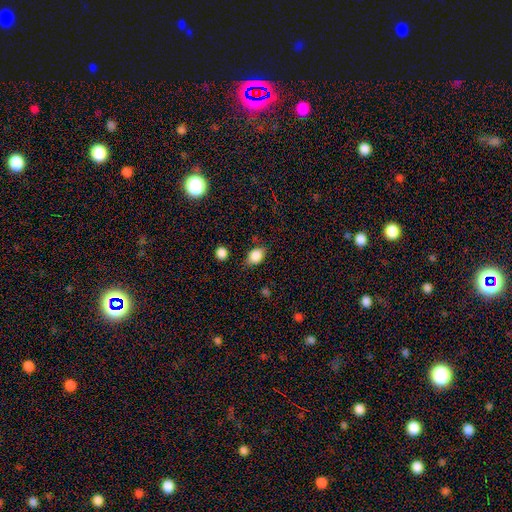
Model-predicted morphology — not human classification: smooth-or-featured: smooth: 86% | star or artifact: 9% | featured or disk: 5%
  how-rounded: in between: 69% | round: 30% | cigar-shaped: 1%
  merging: none: 75% | minor disturbance: 18% | major disturbance: 4% | merger: 3%